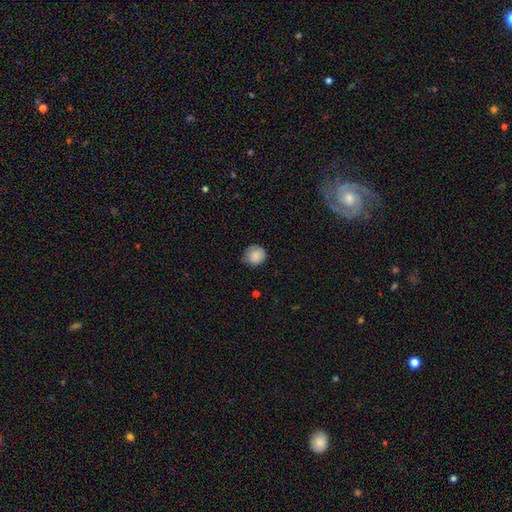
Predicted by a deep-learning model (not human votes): A smooth galaxy with no disk features (84%) that is round (89%).

Vote fractions:
- Smooth or featured? smooth: 84% / star or artifact: 8% / featured or disk: 8%
- How rounded? round: 89% / in between: 10% / cigar-shaped: 1%
- Merging? none: 69% / minor disturbance: 25% / major disturbance: 5% / merger: 1%